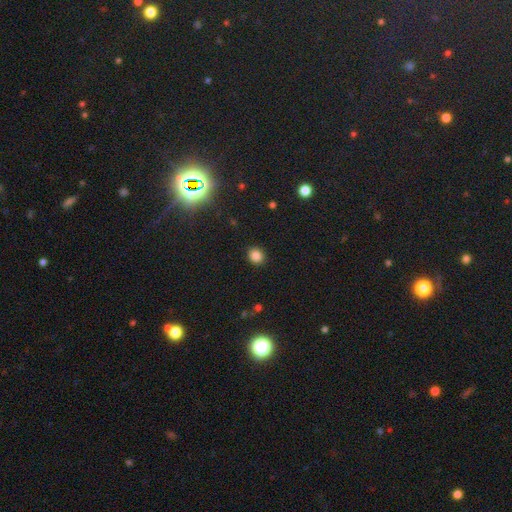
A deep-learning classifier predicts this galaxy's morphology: This appears to be a smooth galaxy with no disk features (84%) that is round (75%). Merging: none (90%).